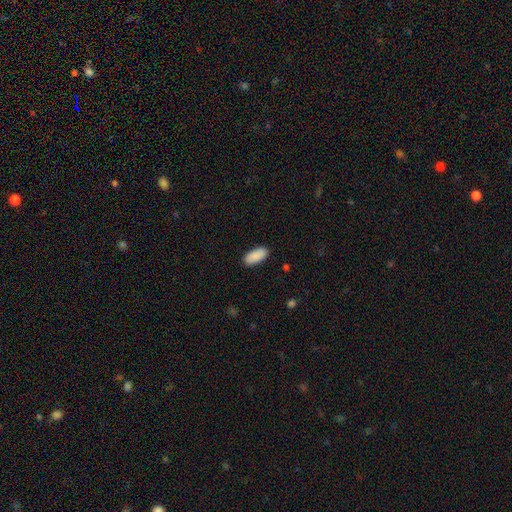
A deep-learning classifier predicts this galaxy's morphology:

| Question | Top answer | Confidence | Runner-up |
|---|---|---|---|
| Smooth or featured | smooth | 90% | star or artifact (6%) |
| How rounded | in between | 88% | cigar-shaped (10%) |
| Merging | none | 89% | minor disturbance (8%) |